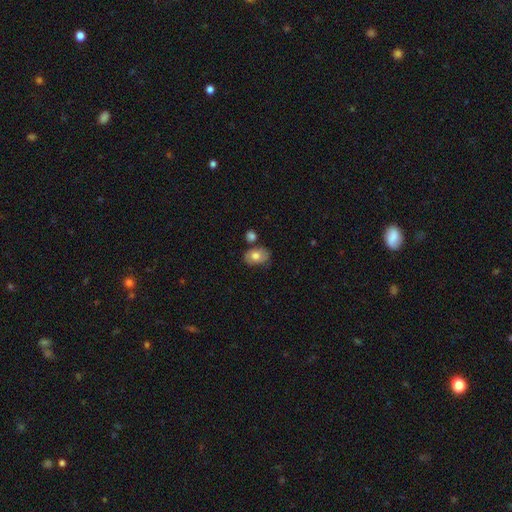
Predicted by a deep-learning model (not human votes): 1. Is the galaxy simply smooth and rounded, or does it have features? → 70% smooth, 22% featured or disk, 8% star or artifact.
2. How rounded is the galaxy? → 80% in between, 19% round, 1% cigar-shaped.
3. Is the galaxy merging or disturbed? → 63% none, 20% minor disturbance, 12% merger, 5% major disturbance.